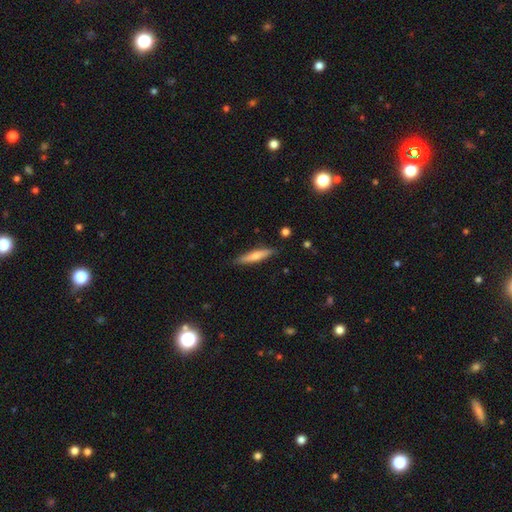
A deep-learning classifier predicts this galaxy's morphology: type=smooth (61%); roundness=cigar-shaped (87%); merging=none (87%).